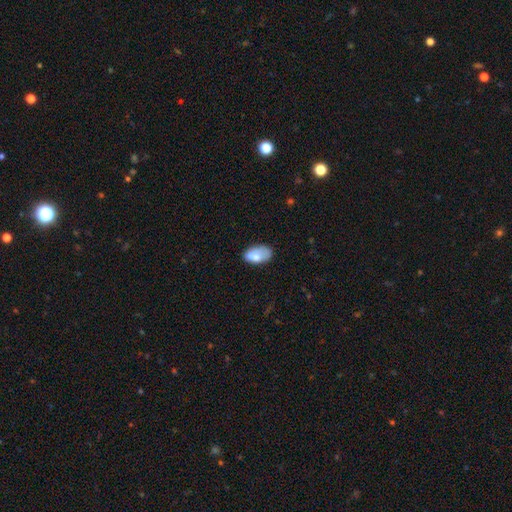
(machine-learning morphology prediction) A smooth galaxy with no disk features (75%) that is in between round and cigar-shaped (93%). Merging: none (55%).